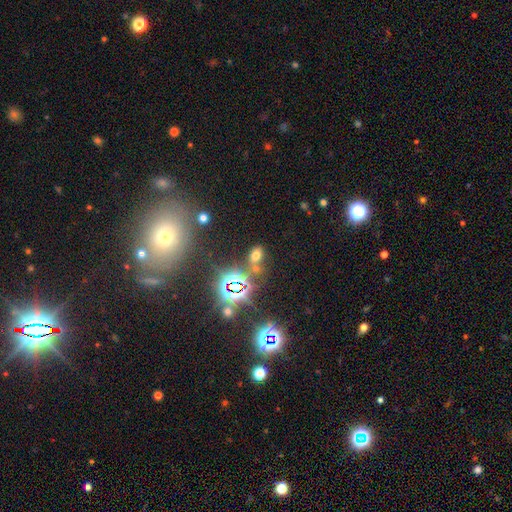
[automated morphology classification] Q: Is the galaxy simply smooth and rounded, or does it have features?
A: smooth — 48%.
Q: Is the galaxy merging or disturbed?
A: none — 69%.